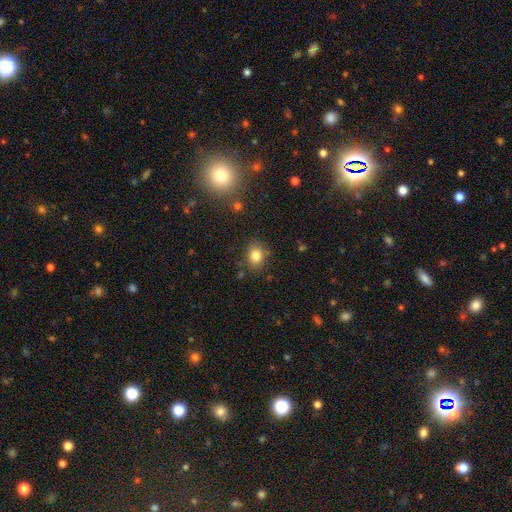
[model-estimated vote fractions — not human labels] A smooth galaxy with no disk features (82%) that is round (61%).

Vote fractions:
- Smooth or featured? smooth: 82% / star or artifact: 12% / featured or disk: 7%
- How rounded? round: 61% / in between: 38% / cigar-shaped: 1%
- Merging? none: 81% / minor disturbance: 12% / major disturbance: 4% / merger: 3%